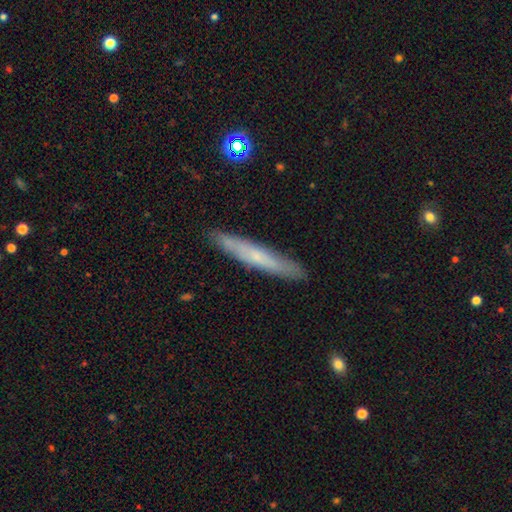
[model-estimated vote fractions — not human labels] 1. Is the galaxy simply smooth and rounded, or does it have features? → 51% smooth, 43% featured or disk, 7% star or artifact.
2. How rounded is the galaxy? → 94% cigar-shaped, 4% in between, 1% round.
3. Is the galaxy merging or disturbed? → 88% none, 9% minor disturbance, 2% major disturbance, 1% merger.